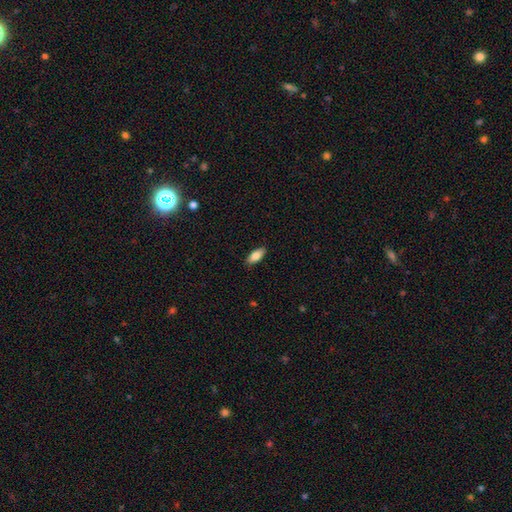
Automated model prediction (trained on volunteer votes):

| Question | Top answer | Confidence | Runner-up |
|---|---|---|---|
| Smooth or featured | smooth | 85% | featured or disk (9%) |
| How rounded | in between | 83% | cigar-shaped (15%) |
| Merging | none | 87% | minor disturbance (10%) |